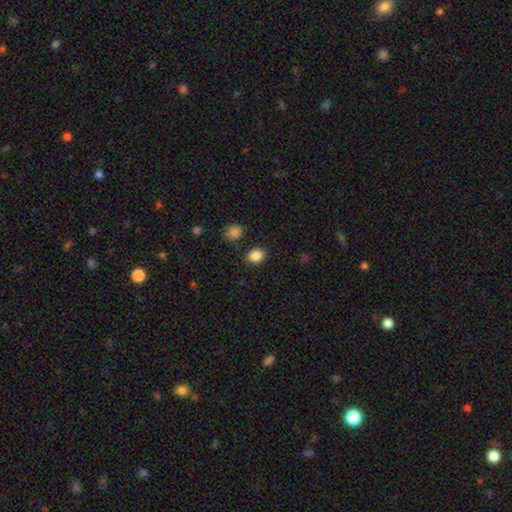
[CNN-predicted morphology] Smooth or featured?
  - smooth: 87% *
  - star or artifact: 9%
  - featured or disk: 4%
How rounded?
  - in between: 56% *
  - round: 43%
  - cigar-shaped: 1%
Merging?
  - none: 86% *
  - minor disturbance: 9%
  - merger: 3%
  - major disturbance: 3%